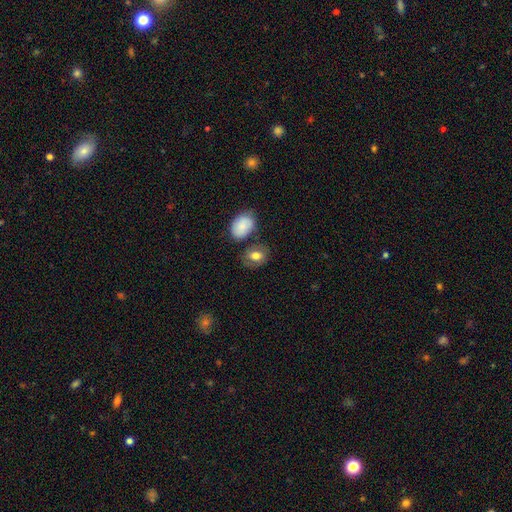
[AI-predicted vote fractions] Morphology: type=smooth (74%); roundness=in between (66%); merging=none (64%).